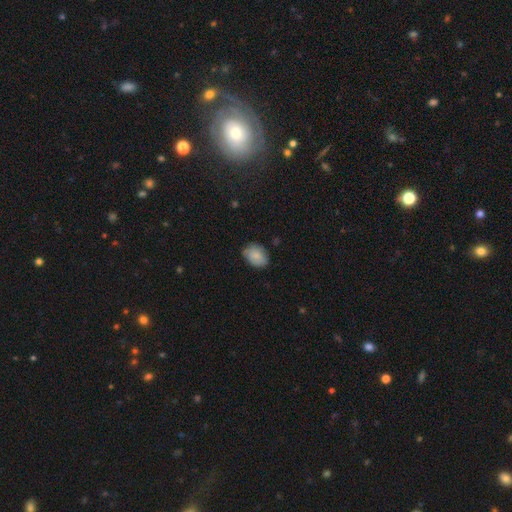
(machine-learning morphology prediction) Smooth or featured? Predicted: smooth (p=0.83). How rounded? Predicted: in between (p=0.74). Merging? Predicted: none (p=0.72).